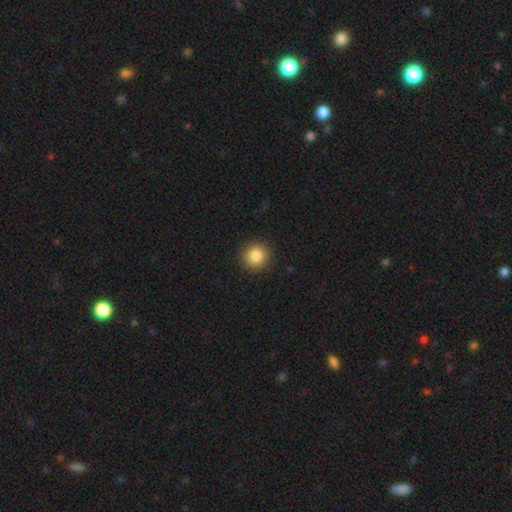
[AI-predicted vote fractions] Smooth or featured?
  - smooth: 85% *
  - star or artifact: 10%
  - featured or disk: 5%
How rounded?
  - round: 94% *
  - in between: 5%
  - cigar-shaped: 1%
Merging?
  - none: 91% *
  - minor disturbance: 6%
  - major disturbance: 2%
  - merger: 1%